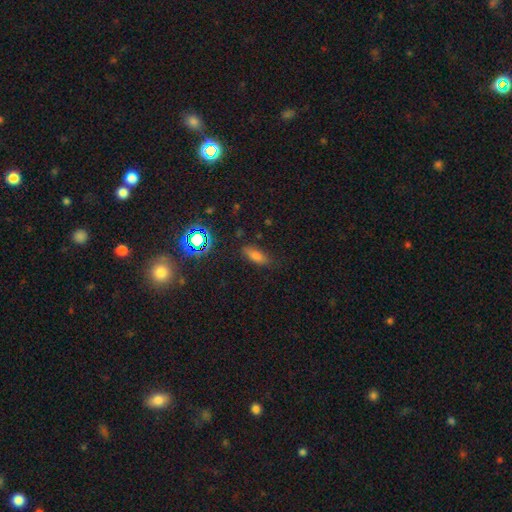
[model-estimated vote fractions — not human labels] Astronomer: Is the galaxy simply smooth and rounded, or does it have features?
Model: smooth — 72%.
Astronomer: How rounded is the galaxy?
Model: in between — 68%.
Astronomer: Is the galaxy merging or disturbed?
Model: none — 80%.